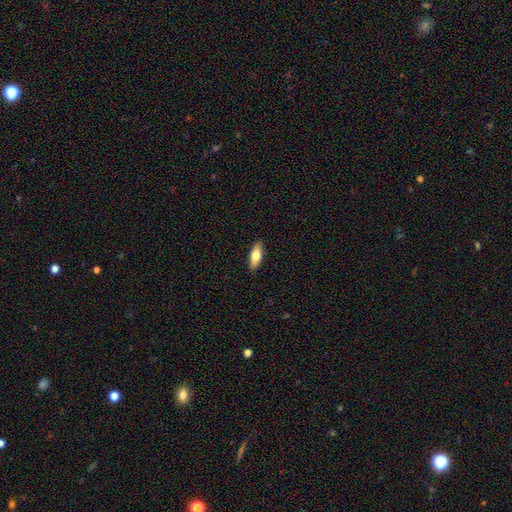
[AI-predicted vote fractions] Q: Smooth or featured?
A: smooth (72%); runner-up: featured or disk (22%)
Q: How rounded?
A: in between (70%); runner-up: cigar-shaped (27%)
Q: Merging?
A: none (90%); runner-up: minor disturbance (8%)